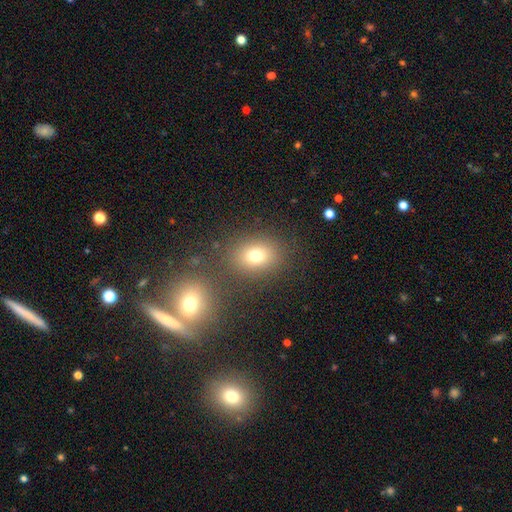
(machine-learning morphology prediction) Smooth or featured?
  - smooth: 74% *
  - star or artifact: 15%
  - featured or disk: 11%
How rounded?
  - in between: 54% *
  - round: 45%
  - cigar-shaped: 1%
Merging?
  - none: 77% *
  - minor disturbance: 10%
  - merger: 9%
  - major disturbance: 5%